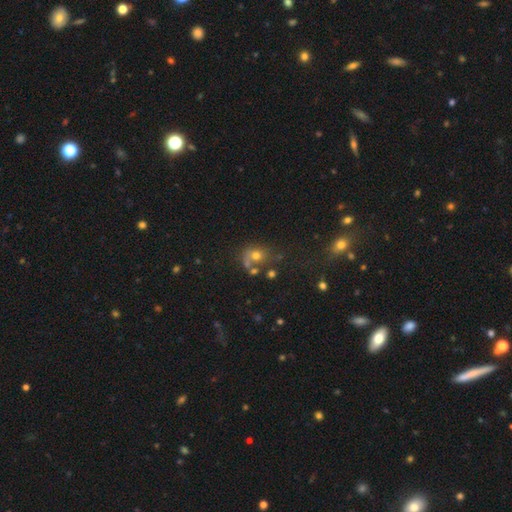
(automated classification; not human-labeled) This appears to be a smooth galaxy with no disk features (59%) that is round (67%). Merging: none (41%).